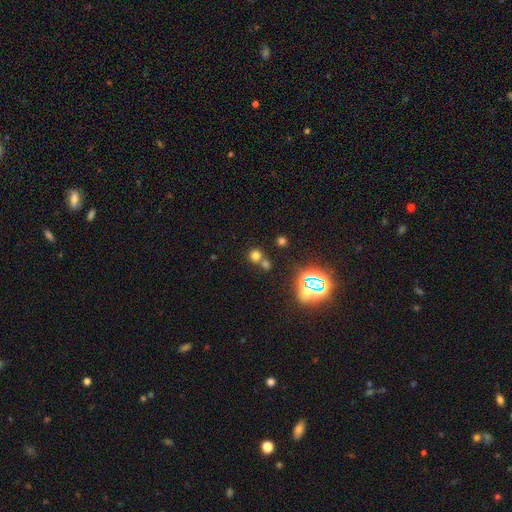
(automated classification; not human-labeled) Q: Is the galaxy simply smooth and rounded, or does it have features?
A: smooth — 64%.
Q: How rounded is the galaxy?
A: round — 87%.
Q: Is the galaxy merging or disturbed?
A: none — 55%.